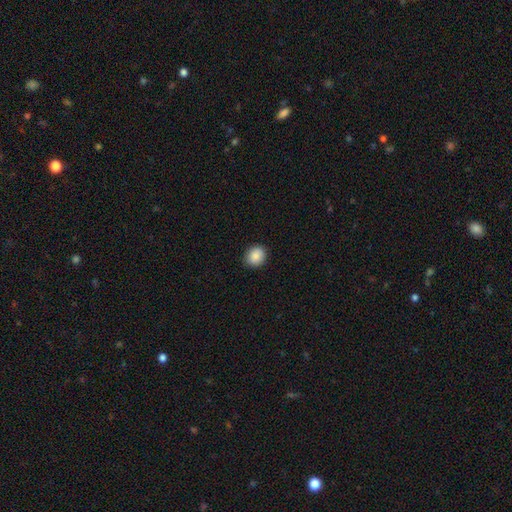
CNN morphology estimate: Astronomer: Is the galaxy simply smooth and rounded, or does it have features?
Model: smooth — 88%.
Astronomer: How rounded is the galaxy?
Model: round — 67%.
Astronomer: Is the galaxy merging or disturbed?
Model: none — 89%.